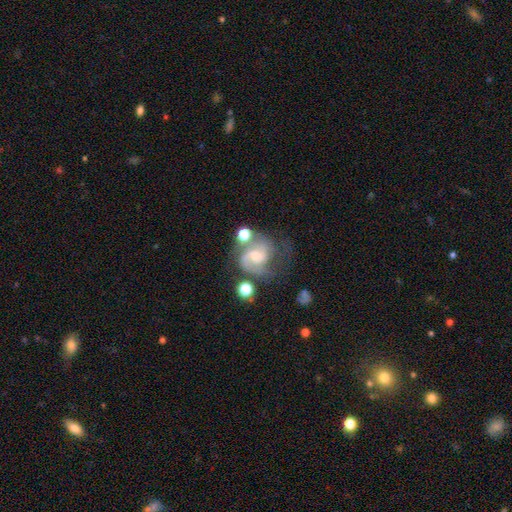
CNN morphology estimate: type=featured or disk (81%); edge-on=no (98%); bar=no (52%); spiral arms=yes (95%); winding=medium (54%); arm count=2 (75%); bulge=small (53%); merging=none (46%).